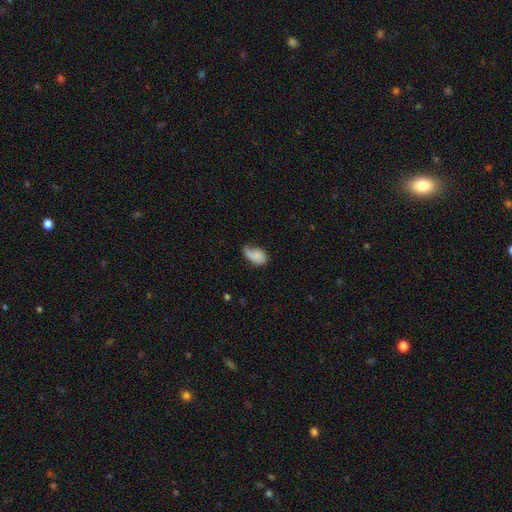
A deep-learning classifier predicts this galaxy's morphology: type=smooth (67%); roundness=in between (87%); merging=minor disturbance (35%).